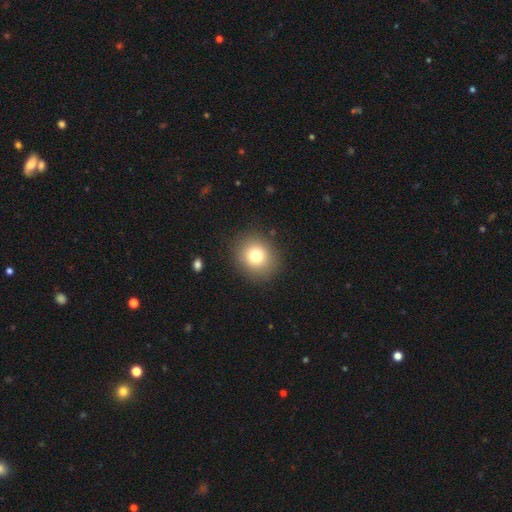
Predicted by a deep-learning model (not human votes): Overall: smooth (78%). How rounded: round (79%). Merging: none (88%).